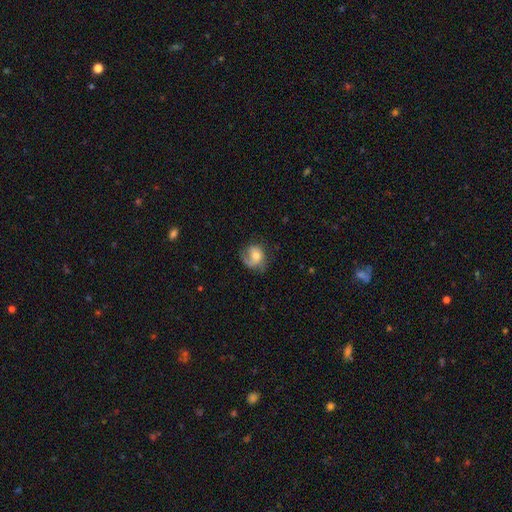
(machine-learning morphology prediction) Smooth or featured: featured or disk — 50% (smooth — 43%)
Merging: none — 50% (major disturbance — 24%)